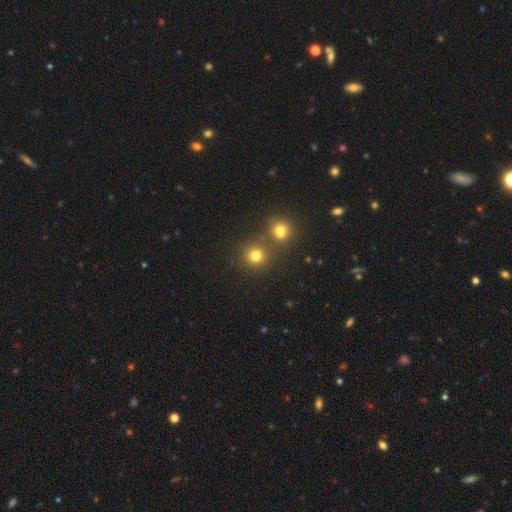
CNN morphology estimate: Q: Smooth or featured?
A: smooth (77%); runner-up: star or artifact (17%)
Q: How rounded?
A: round (88%); runner-up: in between (11%)
Q: Merging?
A: none (69%); runner-up: merger (21%)